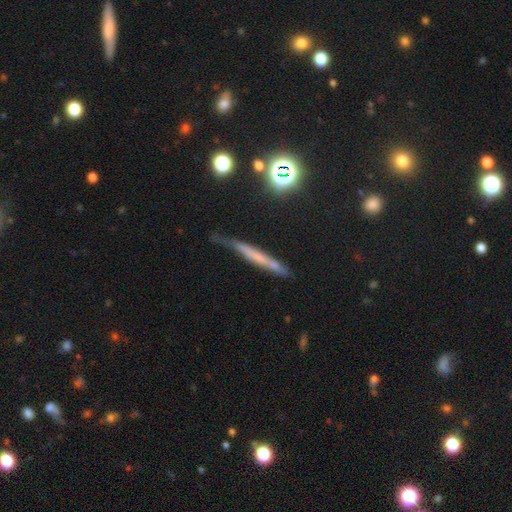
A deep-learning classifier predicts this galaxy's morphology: Overall: smooth (47%; featured or disk 40%). Merging: none (62%; minor disturbance 27%).